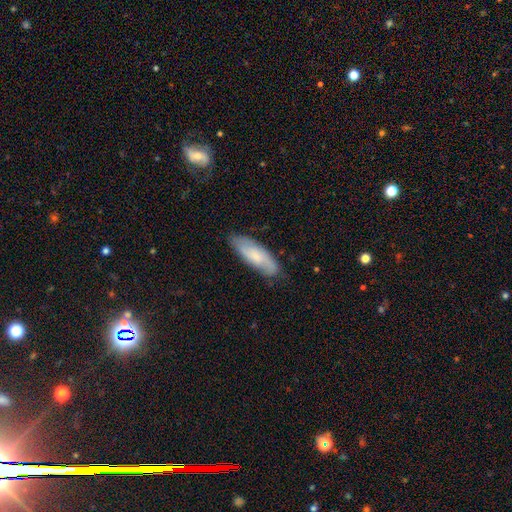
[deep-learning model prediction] Smooth or featured?
  - smooth: 61% *
  - featured or disk: 33%
  - star or artifact: 7%
How rounded?
  - in between: 59% *
  - cigar-shaped: 40%
  - round: 2%
Merging?
  - none: 79% *
  - minor disturbance: 16%
  - major disturbance: 3%
  - merger: 1%